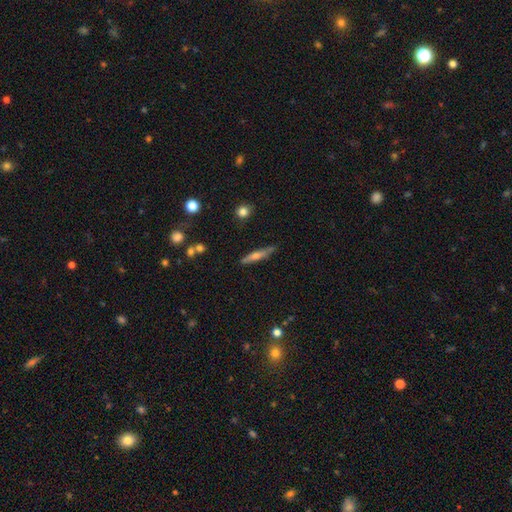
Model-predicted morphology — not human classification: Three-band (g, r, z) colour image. It shows a featured or disk galaxy (50%) viewed edge-on (93%). Merging: none (83%).